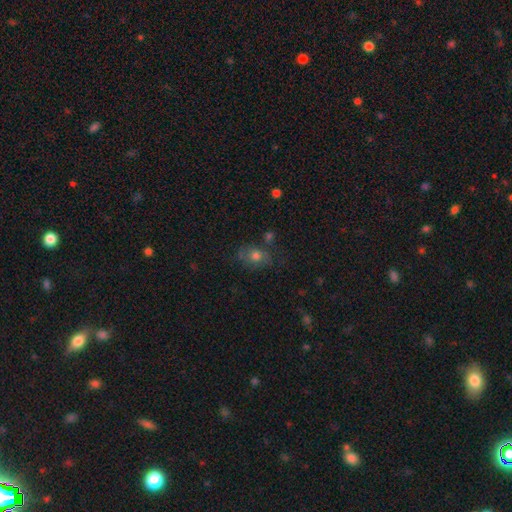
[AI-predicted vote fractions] Overall: smooth (55%; featured or disk 25%). How rounded: in between (56%; round 43%). Merging: none (67%).